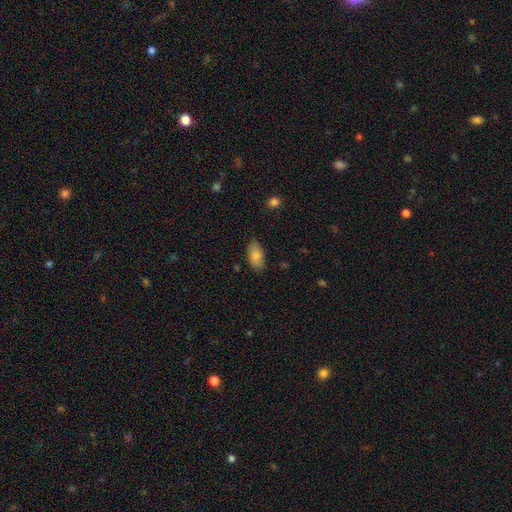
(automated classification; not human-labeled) Smooth or featured?
  - smooth: 83% *
  - featured or disk: 10%
  - star or artifact: 7%
How rounded?
  - in between: 93% *
  - cigar-shaped: 3%
  - round: 3%
Merging?
  - none: 80% *
  - minor disturbance: 16%
  - major disturbance: 3%
  - merger: 1%